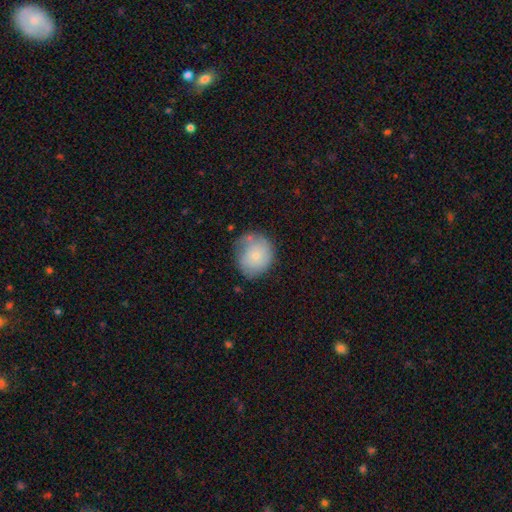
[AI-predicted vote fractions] smooth 69%, featured or disk 23%, star or artifact 7%. Down the decision tree: how rounded — round (76%); merging — none (51%).